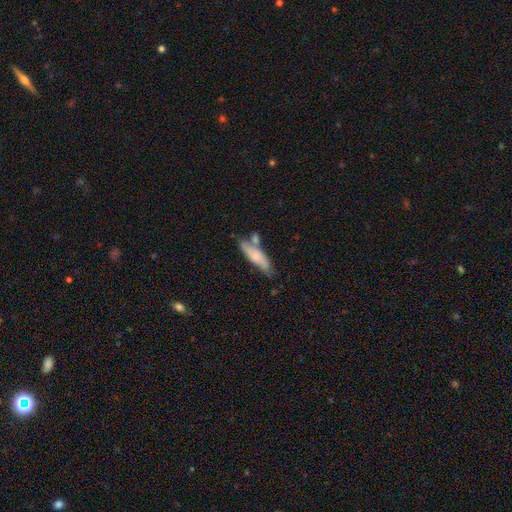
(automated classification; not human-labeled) The model was most divided on "how rounded": cigar-shaped: 62%, in between: 36%, round: 2%. More confident: smooth or featured — smooth (65%); merging — none (52%).